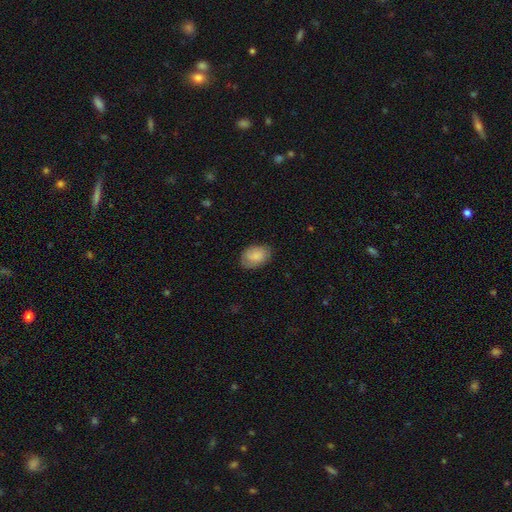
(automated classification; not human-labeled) This is clearly a smooth galaxy (81%). How rounded: clearly in between (83%). Merging: likely none (76%).